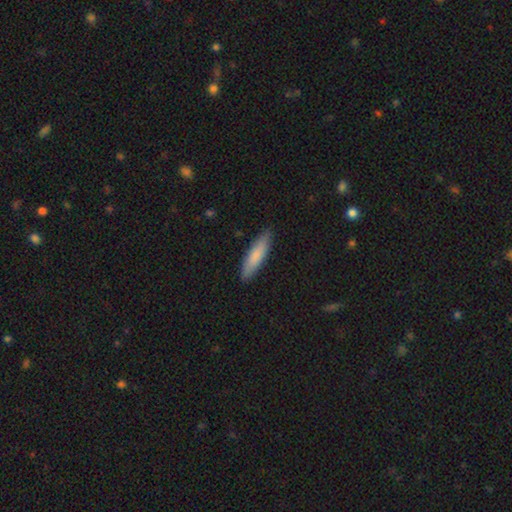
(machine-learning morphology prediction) Q: Smooth or featured?
A: smooth (81%); runner-up: featured or disk (14%)
Q: How rounded?
A: cigar-shaped (74%); runner-up: in between (25%)
Q: Merging?
A: none (88%); runner-up: minor disturbance (9%)